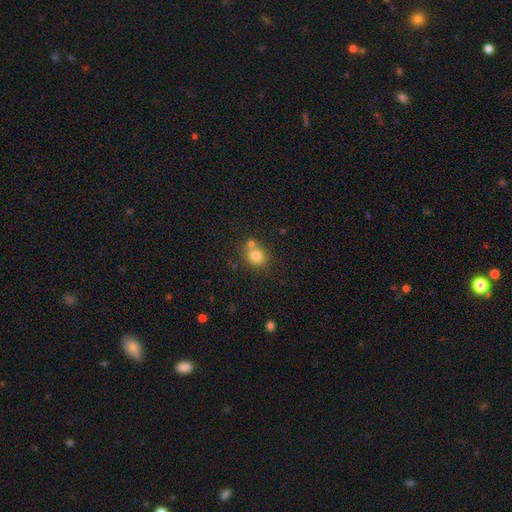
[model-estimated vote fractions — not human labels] This appears to be a smooth galaxy with no disk features (79%) that is round (76%). Merging: none (61%).